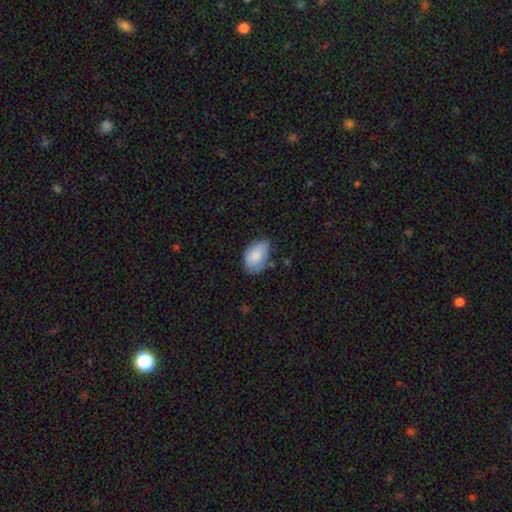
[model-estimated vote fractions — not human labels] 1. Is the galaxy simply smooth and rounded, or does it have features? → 83% smooth, 11% featured or disk, 7% star or artifact.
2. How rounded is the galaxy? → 90% in between, 8% round, 1% cigar-shaped.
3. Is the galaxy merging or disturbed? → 51% none, 36% minor disturbance, 8% major disturbance, 4% merger.